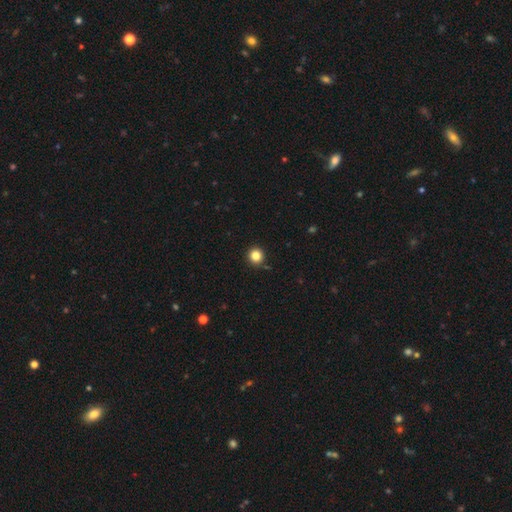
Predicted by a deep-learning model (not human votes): Morphology: type=smooth (83%); roundness=round (95%); merging=none (90%).